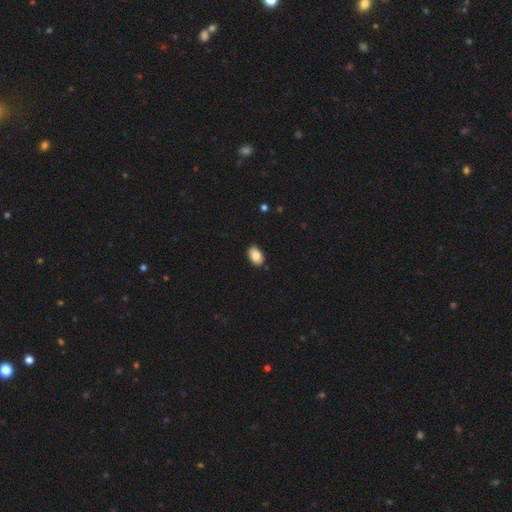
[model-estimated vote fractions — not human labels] A smooth galaxy with no disk features (84%) that is in between round and cigar-shaped (90%).

Vote fractions:
- Smooth or featured? smooth: 84% / featured or disk: 9% / star or artifact: 7%
- How rounded? in between: 90% / round: 8% / cigar-shaped: 1%
- Merging? none: 85% / minor disturbance: 12% / major disturbance: 2% / merger: 1%